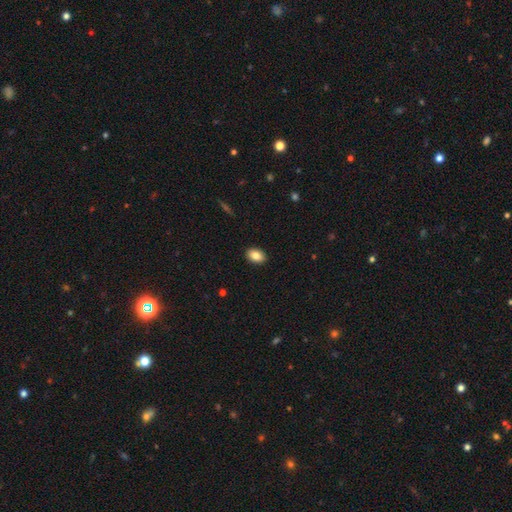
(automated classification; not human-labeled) smooth 84%, star or artifact 8%, featured or disk 8%. Down the decision tree: how rounded — in between (83%); merging — none (90%).